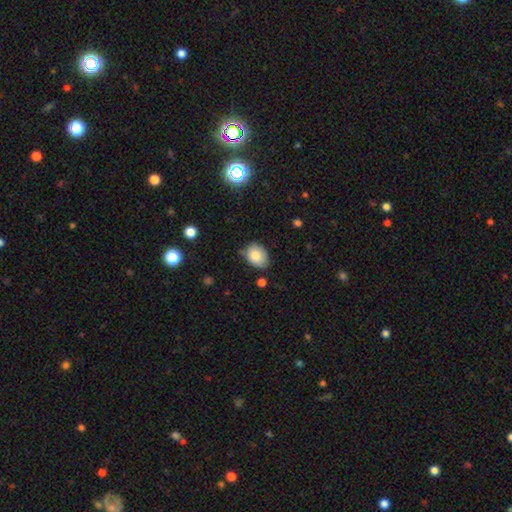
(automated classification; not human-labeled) smooth_or_featured: smooth (p=0.84) [alt: star or artifact p=0.08]
how_rounded: in between (p=0.70) [alt: round p=0.29]
merging: none (p=0.69) [alt: minor disturbance p=0.24]